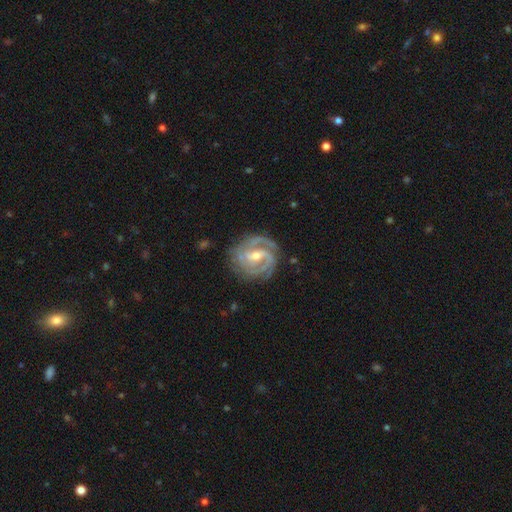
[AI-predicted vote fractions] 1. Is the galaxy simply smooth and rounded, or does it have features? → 92% featured or disk, 4% star or artifact, 4% smooth.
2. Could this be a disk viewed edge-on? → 98% no, 2% yes.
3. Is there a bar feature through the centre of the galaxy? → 47% weak, 29% strong, 24% no.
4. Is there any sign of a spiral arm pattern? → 98% yes, 2% no.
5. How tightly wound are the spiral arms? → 65% tight, 31% medium, 4% loose.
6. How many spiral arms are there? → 45% 2, 35% 3, 8% can't tell, 5% 4, 4% 1, 4% more than 4.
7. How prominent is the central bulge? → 49% small, 48% moderate, 1% large, 1% none, 1% dominant.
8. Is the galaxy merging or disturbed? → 78% none, 16% minor disturbance, 5% major disturbance, 1% merger.